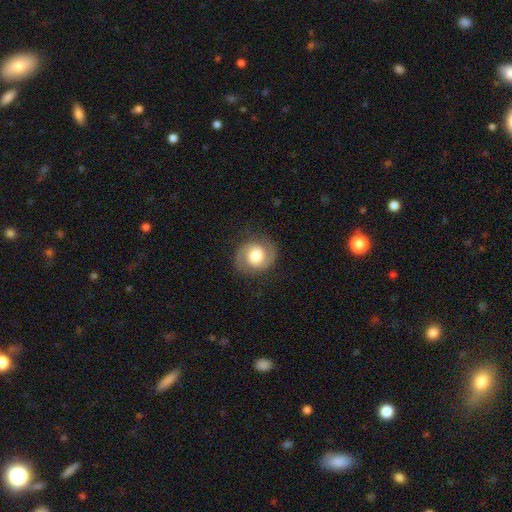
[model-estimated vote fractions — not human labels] This is likely a featured or disk galaxy (69%). It is clearly not viewed edge-on (98%). Bar: likely no (60%). Spiral arm pattern: clearly yes (91%). Spiral arm count: clearly 2 (91%). Spiral winding: possibly medium (50%). Central bulge: possibly moderate (52%). Merging: clearly none (82%).